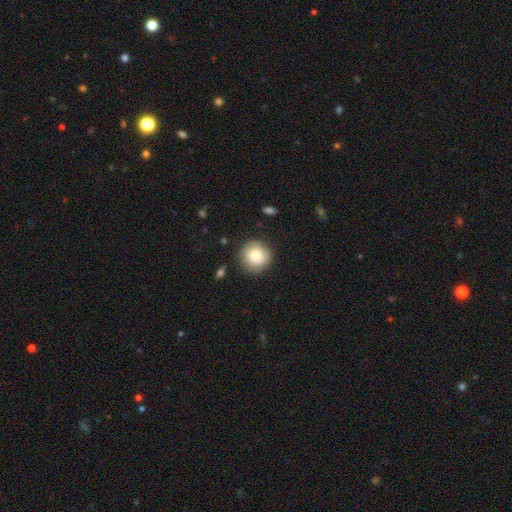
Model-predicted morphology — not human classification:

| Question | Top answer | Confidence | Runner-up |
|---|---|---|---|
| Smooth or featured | smooth | 76% | featured or disk (16%) |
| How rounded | round | 93% | in between (6%) |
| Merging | none | 84% | minor disturbance (12%) |